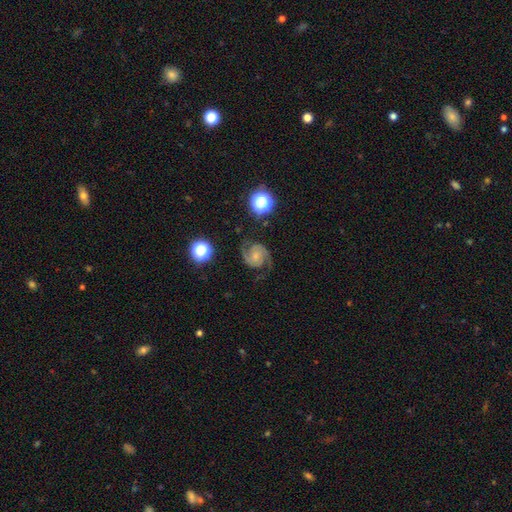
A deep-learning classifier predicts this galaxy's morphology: featured or disk 86%, star or artifact 7%, smooth 7%. Down the decision tree: edge-on disk — no (98%); bar — no (67%); spiral arms — yes (98%); spiral arm count — 2 (92%); spiral winding — medium (57%); bulge size — small (58%); merging — none (76%).